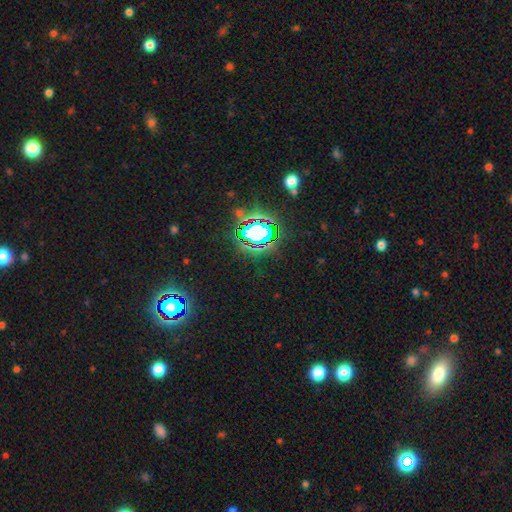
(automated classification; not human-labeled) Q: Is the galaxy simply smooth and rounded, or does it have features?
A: star or artifact — 79%.